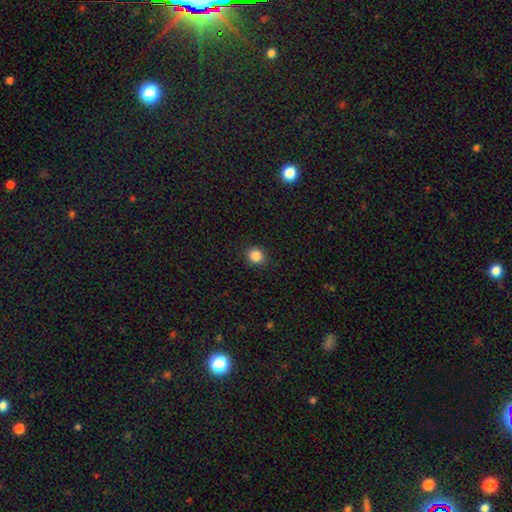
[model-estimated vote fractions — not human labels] Smooth or featured?
  - smooth: 86% *
  - star or artifact: 11%
  - featured or disk: 4%
How rounded?
  - round: 83% *
  - in between: 16%
  - cigar-shaped: 1%
Merging?
  - none: 91% *
  - minor disturbance: 6%
  - major disturbance: 2%
  - merger: 1%